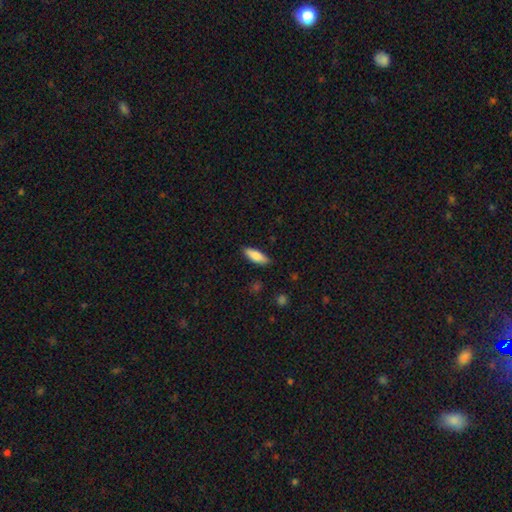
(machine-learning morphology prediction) A smooth galaxy with no disk features (83%) that is in between round and cigar-shaped (61%). Merging: none (86%).